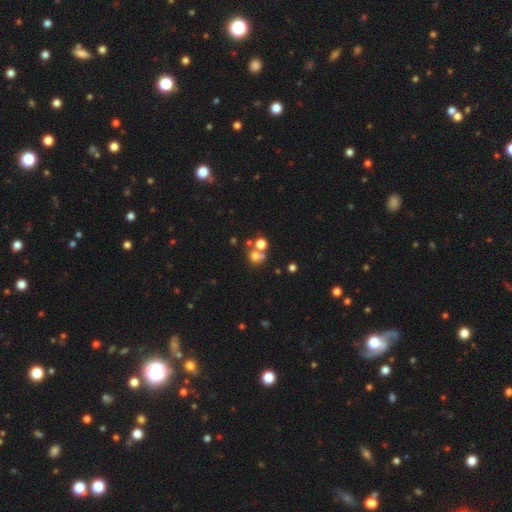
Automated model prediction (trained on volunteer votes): smooth-or-featured: smooth: 64% | star or artifact: 20% | featured or disk: 16%
  how-rounded: round: 83% | in between: 16% | cigar-shaped: 1%
  merging: none: 46% | merger: 41% | minor disturbance: 8% | major disturbance: 5%